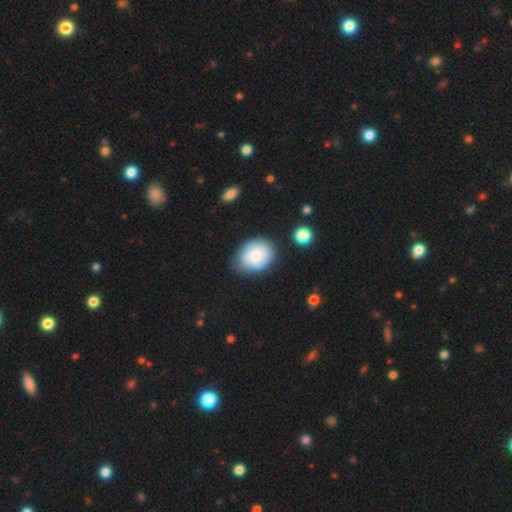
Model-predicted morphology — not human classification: This is likely a smooth galaxy (78%). How rounded: possibly in between (56%). Merging: likely none (65%).